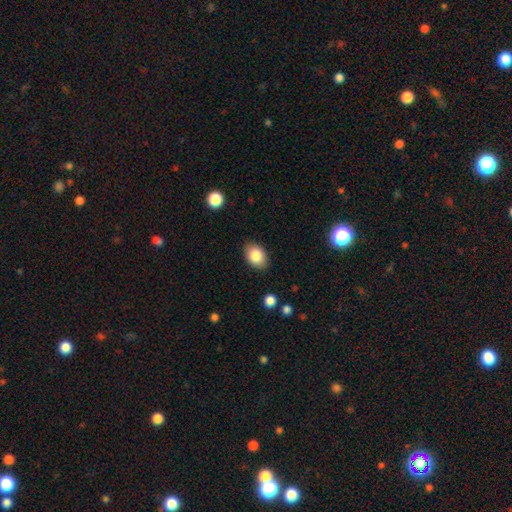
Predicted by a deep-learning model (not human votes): A smooth galaxy with no disk features (84%) that is in between round and cigar-shaped (77%).

Vote fractions:
- Smooth or featured? smooth: 84% / star or artifact: 8% / featured or disk: 8%
- How rounded? in between: 77% / round: 22% / cigar-shaped: 1%
- Merging? none: 86% / minor disturbance: 11% / major disturbance: 2% / merger: 1%